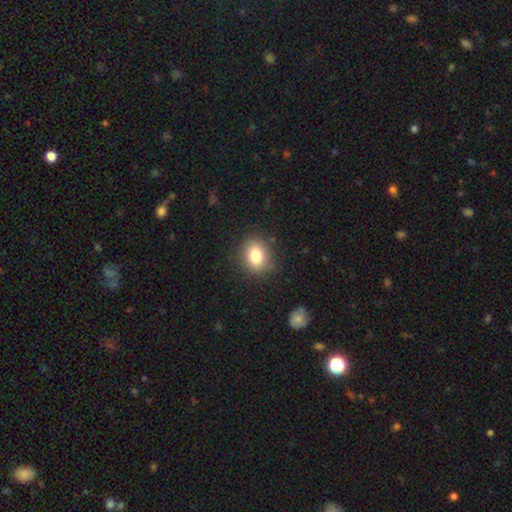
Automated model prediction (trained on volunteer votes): smooth 81%, star or artifact 10%, featured or disk 8%. Down the decision tree: how rounded — round (56%); merging — none (84%).